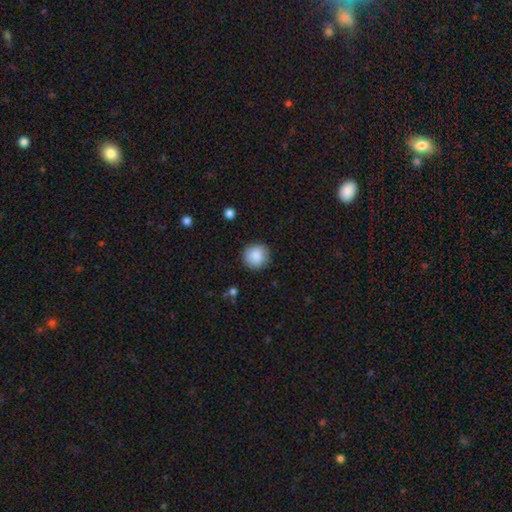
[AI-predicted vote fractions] Q: Smooth or featured?
A: smooth (88%); runner-up: star or artifact (7%)
Q: How rounded?
A: round (93%); runner-up: in between (6%)
Q: Merging?
A: none (88%); runner-up: minor disturbance (8%)